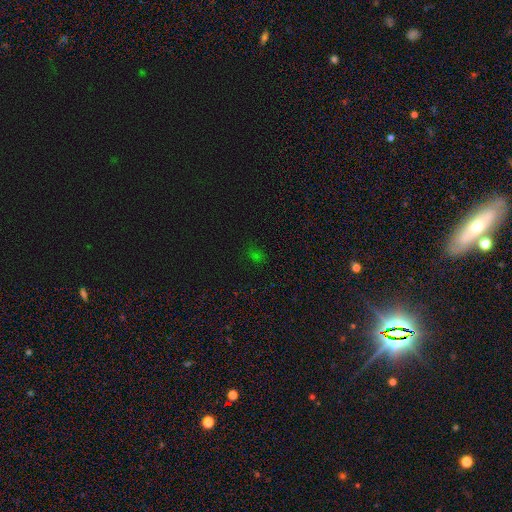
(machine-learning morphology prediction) Smooth or featured? Predicted: star or artifact (p=0.51).